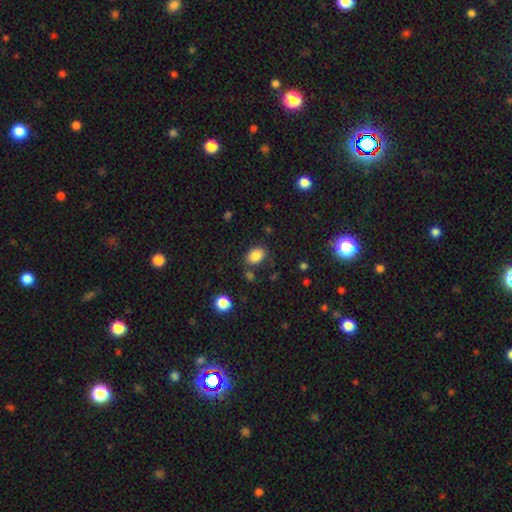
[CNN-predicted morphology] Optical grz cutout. It shows a smooth galaxy with no disk features (85%) that is in between round and cigar-shaped (78%). Merging: none (78%).